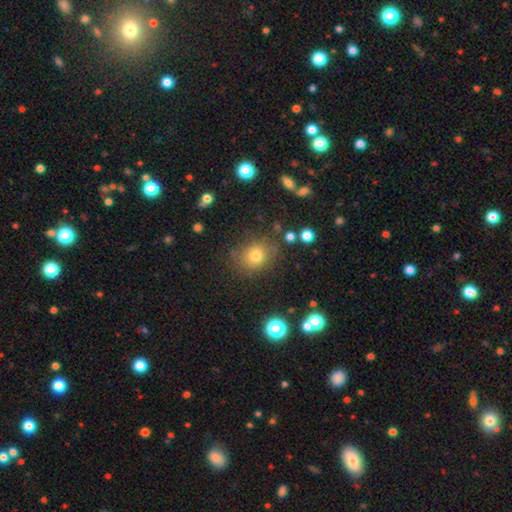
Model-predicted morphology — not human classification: smooth 76%, star or artifact 15%, featured or disk 9%. Down the decision tree: how rounded — round (67%); merging — none (78%).